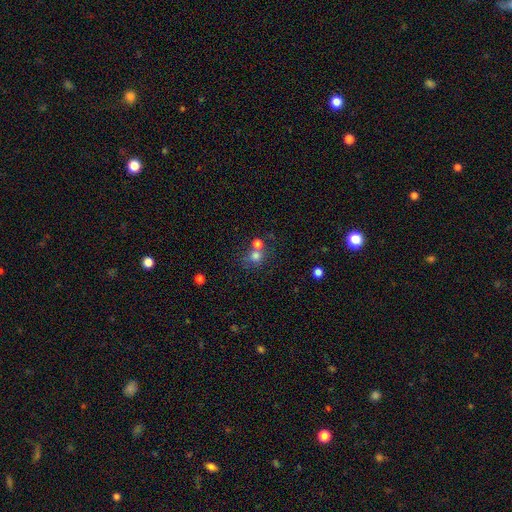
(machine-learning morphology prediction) A smooth galaxy with no disk features (74%) that is round (84%).

Vote fractions:
- Smooth or featured? smooth: 74% / star or artifact: 16% / featured or disk: 11%
- How rounded? round: 84% / in between: 15% / cigar-shaped: 1%
- Merging? none: 52% / merger: 34% / minor disturbance: 9% / major disturbance: 5%